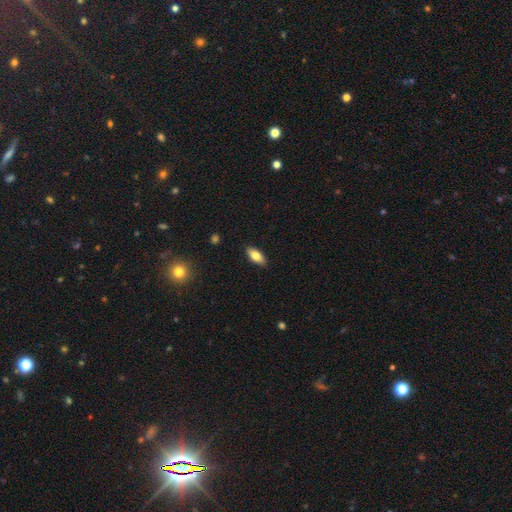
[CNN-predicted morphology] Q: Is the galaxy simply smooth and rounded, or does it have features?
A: smooth — 79%.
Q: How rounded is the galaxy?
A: in between — 83%.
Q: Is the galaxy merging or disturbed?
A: none — 88%.